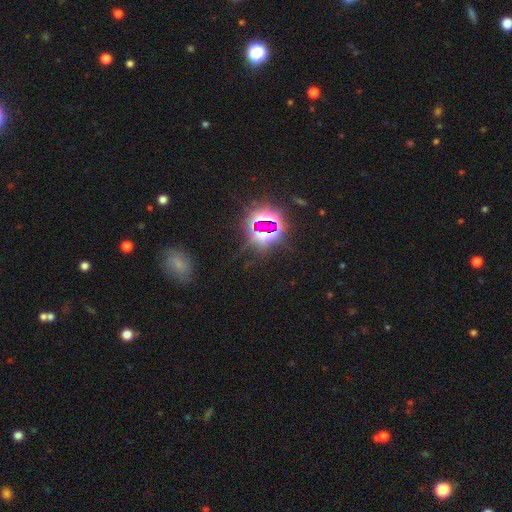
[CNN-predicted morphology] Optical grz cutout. It shows a star or artifact, not a galaxy (76%).